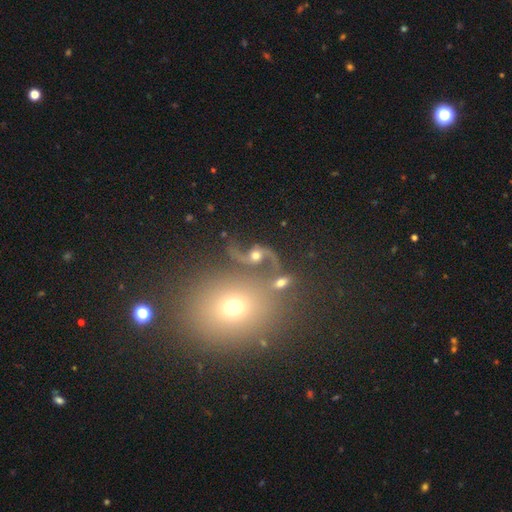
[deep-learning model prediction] Smooth or featured? Predicted: featured or disk (p=0.78). Edge-on disk? Predicted: no (p=0.97). Bar? Predicted: no (p=0.62). Spiral arms? Predicted: yes (p=0.93). Spiral winding? Predicted: loose (p=0.84). Spiral arm count? Predicted: 2 (p=0.93). Bulge size? Predicted: moderate (p=0.56). Merging? Predicted: none (p=0.48).